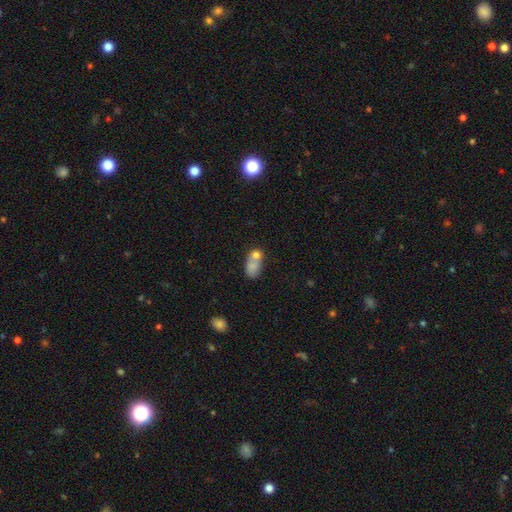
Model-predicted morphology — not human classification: Smooth or featured?
  - smooth: 71% *
  - featured or disk: 18%
  - star or artifact: 10%
How rounded?
  - in between: 74% *
  - round: 23%
  - cigar-shaped: 3%
Merging?
  - merger: 54% *
  - none: 26%
  - minor disturbance: 13%
  - major disturbance: 8%